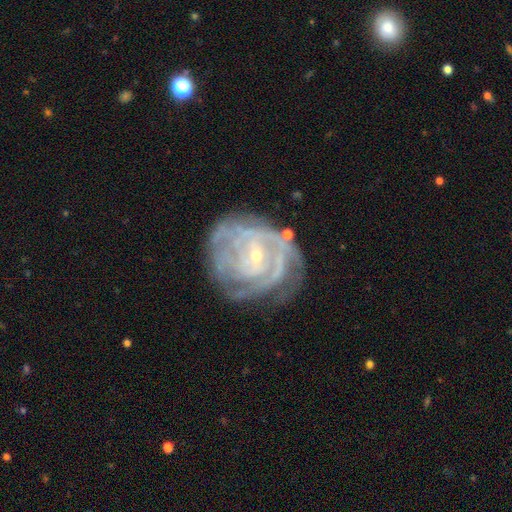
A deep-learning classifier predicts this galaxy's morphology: This appears to be a featured or disk galaxy (86%) with no bar (46%), tight (70%) spiral arms (94%) and a small central bulge (79%). Merging: none (62%).